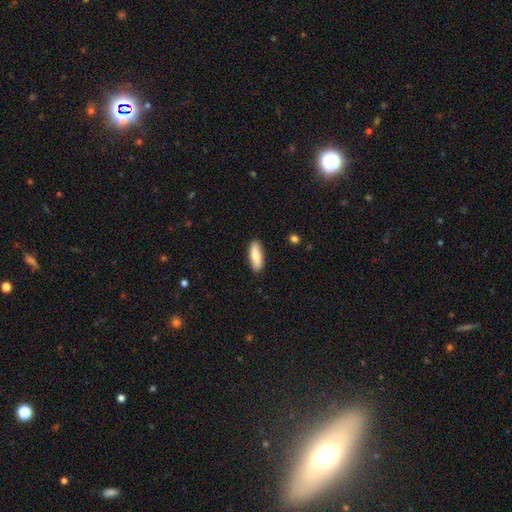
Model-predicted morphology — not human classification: smooth 79%, featured or disk 15%, star or artifact 6%. Down the decision tree: how rounded — in between (62%); merging — none (87%).